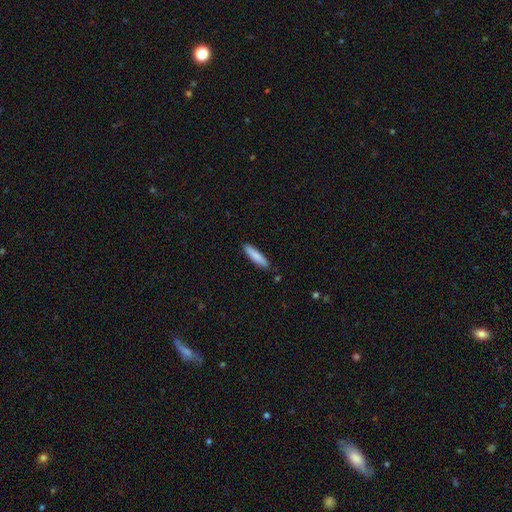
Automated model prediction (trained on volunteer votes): Overall: smooth (85%). How rounded: cigar-shaped (79%). Merging: none (86%).